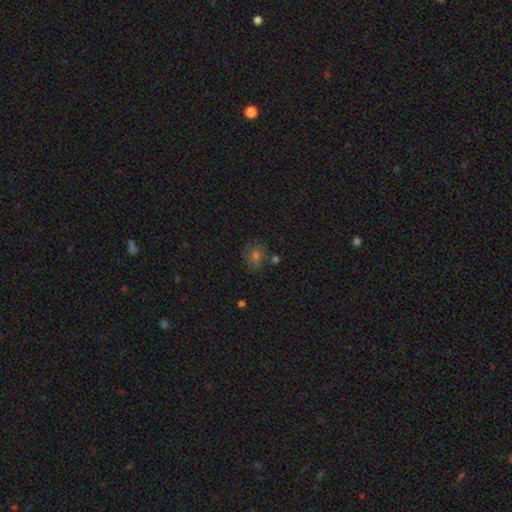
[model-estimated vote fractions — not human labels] This appears to be a smooth galaxy with no disk features (61%) that is round (68%). Merging: none (73%).